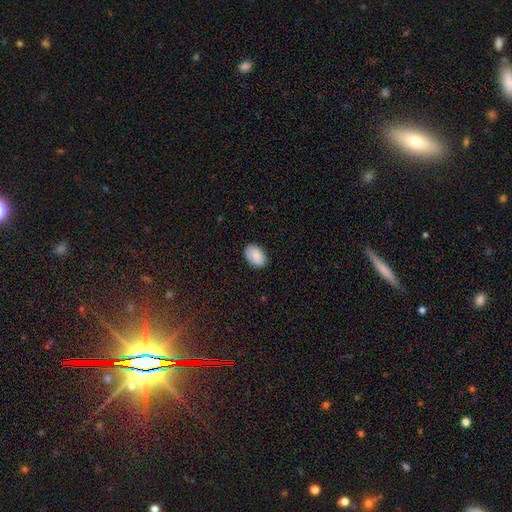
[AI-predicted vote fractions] This appears to be a smooth galaxy with no disk features (89%) that is in between round and cigar-shaped (88%). Merging: none (86%).